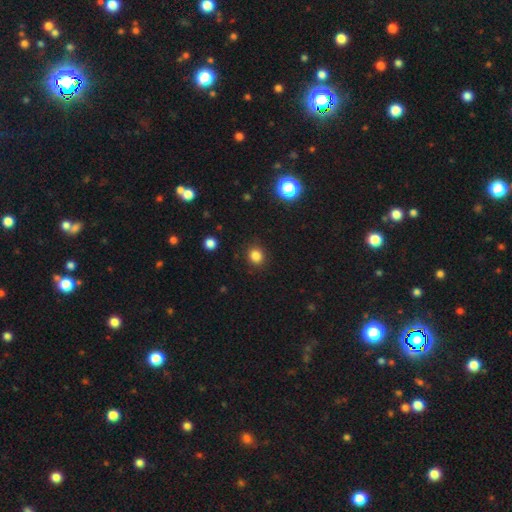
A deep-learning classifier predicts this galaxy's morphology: The model was most divided on "smooth or featured": smooth: 83%, star or artifact: 13%, featured or disk: 4%. More confident: merging — none (90%); how rounded — round (86%).